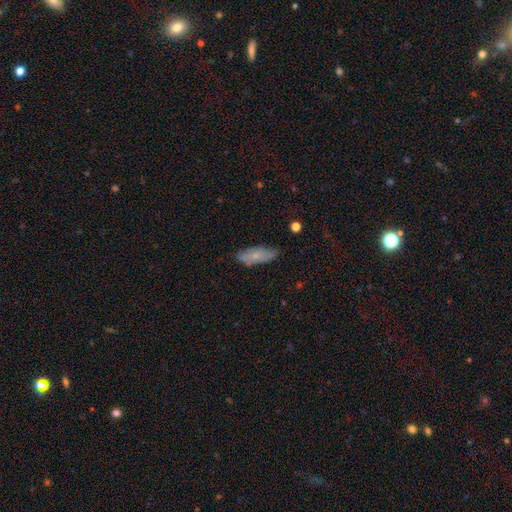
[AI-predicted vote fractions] A smooth galaxy with no disk features (69%) that is in between round and cigar-shaped (71%).

Vote fractions:
- Smooth or featured? smooth: 69% / featured or disk: 24% / star or artifact: 7%
- How rounded? in between: 71% / cigar-shaped: 27% / round: 2%
- Merging? none: 74% / minor disturbance: 21% / major disturbance: 4% / merger: 2%